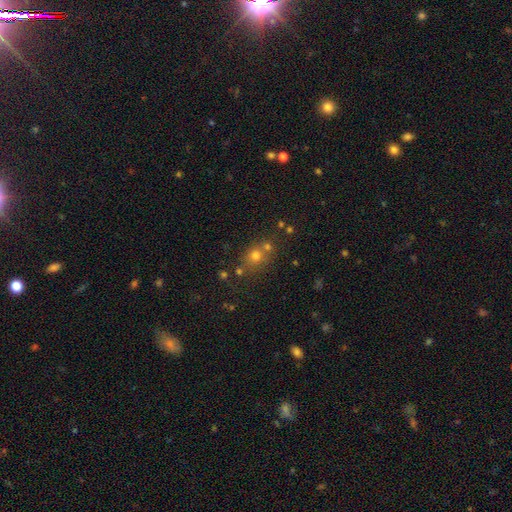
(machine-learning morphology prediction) Overall: smooth (65%). How rounded: round (74%). Merging: none (62%; merger 24%).